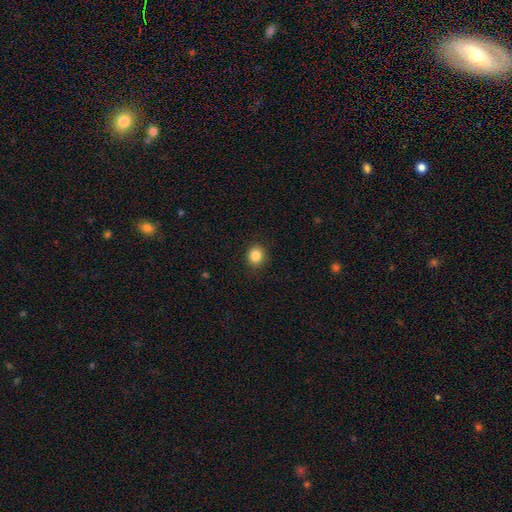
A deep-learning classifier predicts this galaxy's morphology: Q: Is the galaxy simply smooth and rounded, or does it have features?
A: smooth — 85%.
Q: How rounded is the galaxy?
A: round — 81%.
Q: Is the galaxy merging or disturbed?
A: none — 90%.